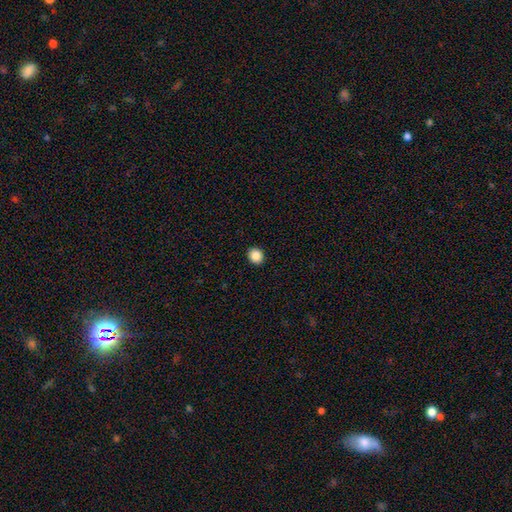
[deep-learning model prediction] Smooth or featured? smooth (87%)
How rounded? round (79%)
Merging? none (92%)